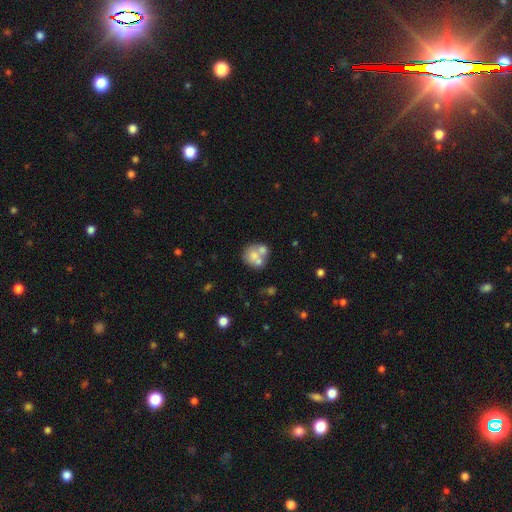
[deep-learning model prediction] Q: Smooth or featured?
A: smooth (58%); runner-up: featured or disk (32%)
Q: How rounded?
A: round (66%); runner-up: in between (33%)
Q: Merging?
A: merger (51%); runner-up: none (32%)